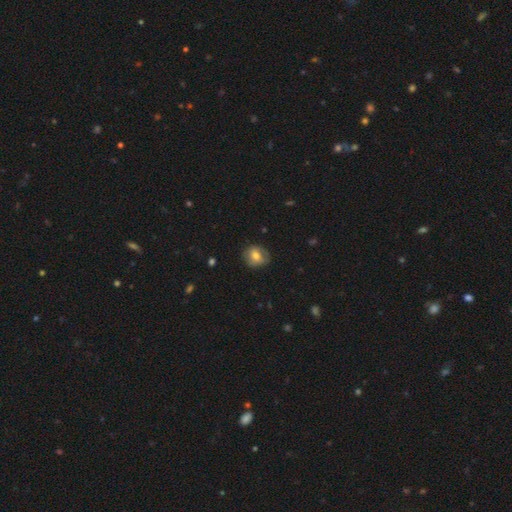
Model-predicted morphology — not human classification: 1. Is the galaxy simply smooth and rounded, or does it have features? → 64% smooth, 27% featured or disk, 9% star or artifact.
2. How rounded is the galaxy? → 66% round, 33% in between, 1% cigar-shaped.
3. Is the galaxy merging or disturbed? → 76% none, 18% minor disturbance, 5% major disturbance, 1% merger.